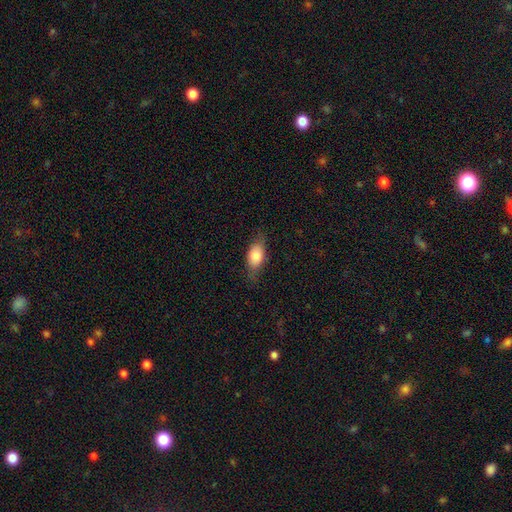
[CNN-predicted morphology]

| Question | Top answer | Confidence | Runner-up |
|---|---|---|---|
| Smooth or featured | smooth | 78% | featured or disk (15%) |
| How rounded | in between | 85% | cigar-shaped (9%) |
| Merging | none | 72% | minor disturbance (21%) |